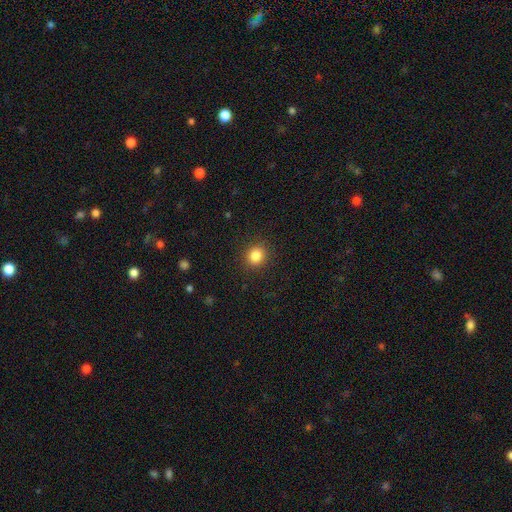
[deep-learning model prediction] Morphology: type=smooth (85%); roundness=round (80%); merging=none (89%).